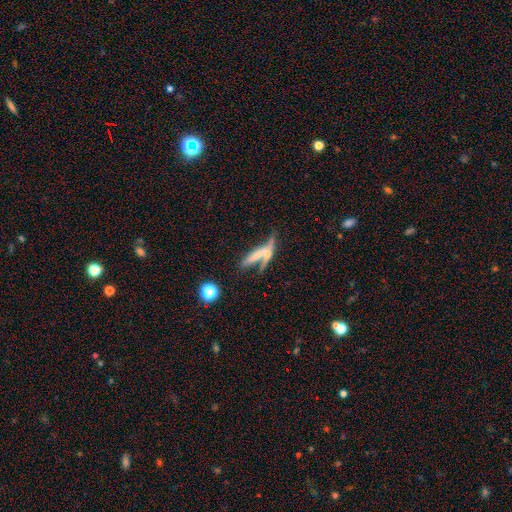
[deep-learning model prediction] Morphology: type=smooth (49%); merging=merger (49%).